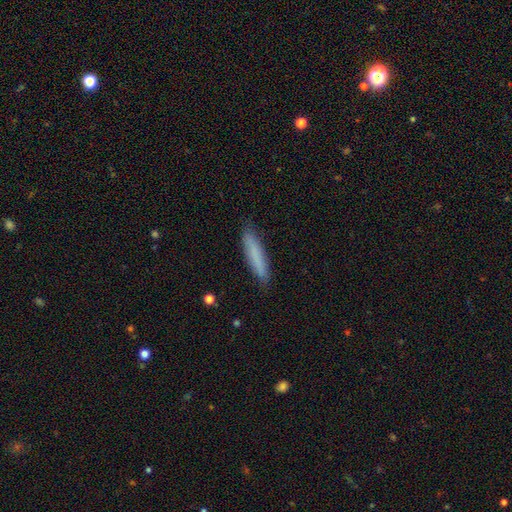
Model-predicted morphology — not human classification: smooth 78%, featured or disk 15%, star or artifact 6%. Down the decision tree: how rounded — cigar-shaped (89%); merging — none (87%).